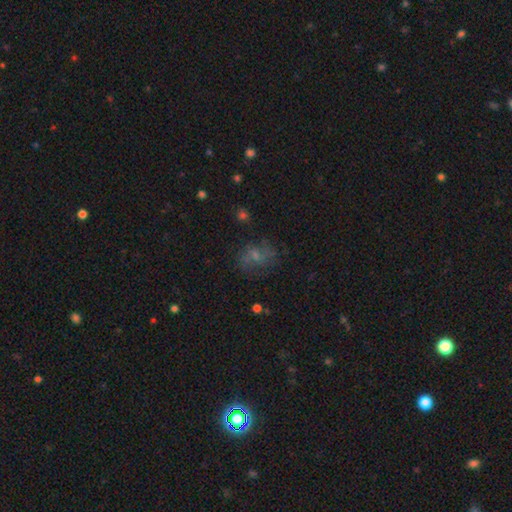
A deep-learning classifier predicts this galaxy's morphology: Q: Smooth or featured?
A: featured or disk (41%); runner-up: smooth (39%)
Q: Merging?
A: none (61%); runner-up: minor disturbance (20%)